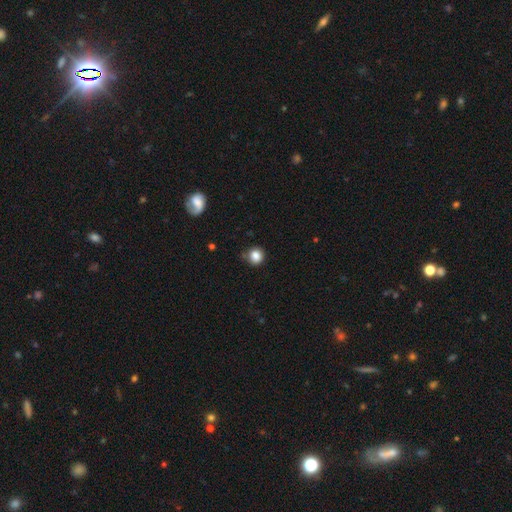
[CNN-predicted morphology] Smooth or featured: smooth — 84% (star or artifact — 11%)
How rounded: round — 89% (in between — 10%)
Merging: none — 81% (minor disturbance — 13%)